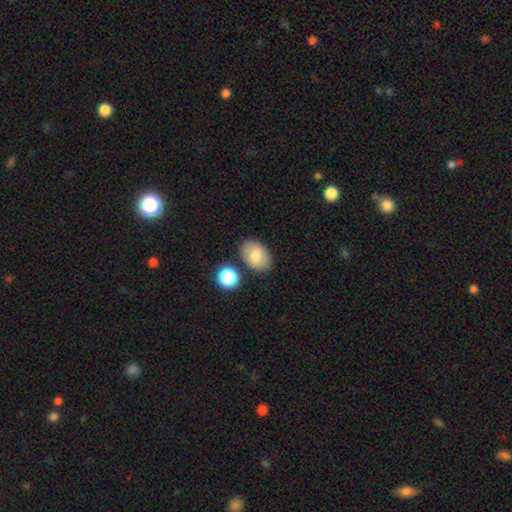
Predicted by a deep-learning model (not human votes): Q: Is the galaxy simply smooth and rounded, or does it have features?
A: smooth — 75%.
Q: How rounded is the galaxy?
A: in between — 84%.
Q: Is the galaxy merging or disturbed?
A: none — 79%.